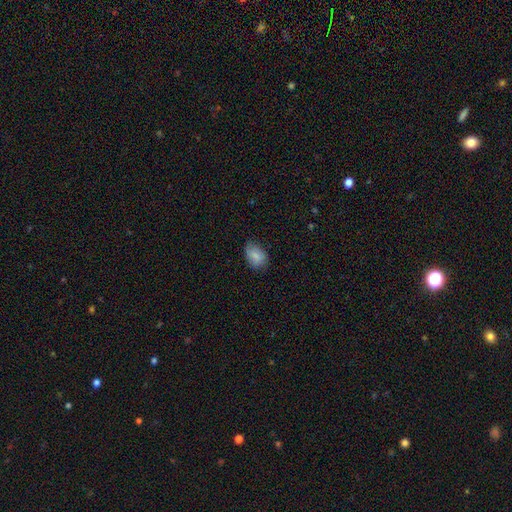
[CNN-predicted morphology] A smooth galaxy with no disk features (85%) that is in between round and cigar-shaped (82%).

Vote fractions:
- Smooth or featured? smooth: 85% / star or artifact: 8% / featured or disk: 7%
- How rounded? in between: 82% / round: 16% / cigar-shaped: 1%
- Merging? none: 68% / minor disturbance: 26% / major disturbance: 5% / merger: 1%